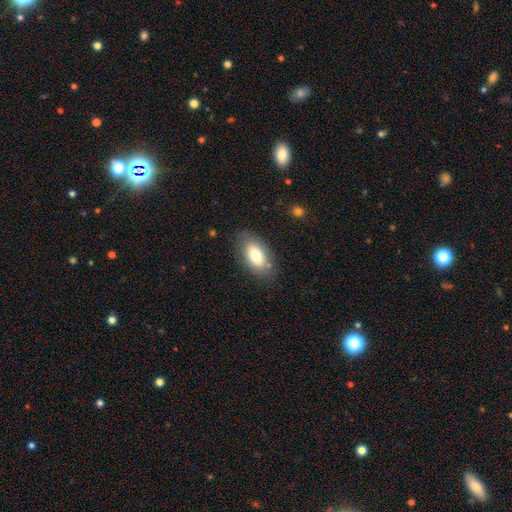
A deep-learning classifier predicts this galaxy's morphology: Smooth or featured? Predicted: smooth (p=0.76). How rounded? Predicted: in between (p=0.93). Merging? Predicted: none (p=0.78).